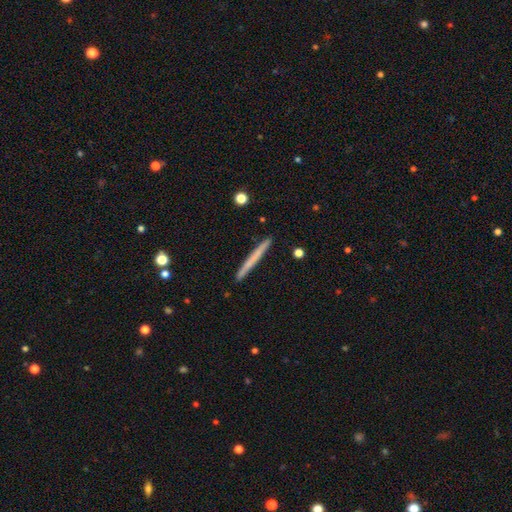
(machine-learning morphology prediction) Q: Smooth or featured?
A: smooth (57%); runner-up: featured or disk (38%)
Q: How rounded?
A: cigar-shaped (97%); runner-up: in between (1%)
Q: Merging?
A: none (91%); runner-up: minor disturbance (6%)